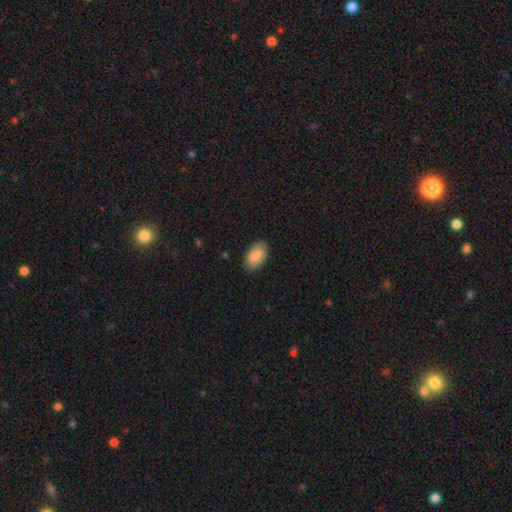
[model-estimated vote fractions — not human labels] Morphology: type=smooth (87%); roundness=in between (94%); merging=none (85%).